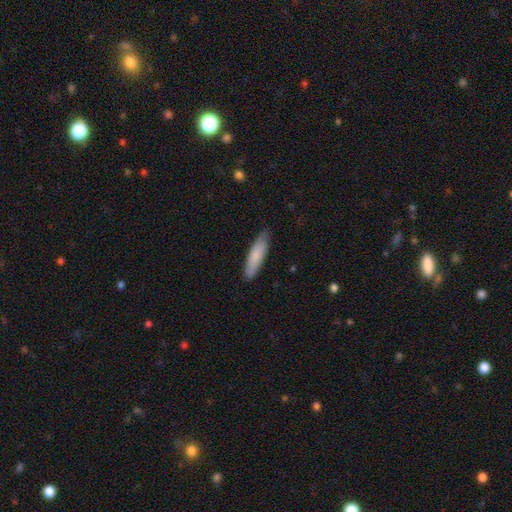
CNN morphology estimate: smooth_or_featured: smooth (p=0.79) [alt: featured or disk p=0.15]
how_rounded: cigar-shaped (p=0.70) [alt: in between p=0.29]
merging: none (p=0.78) [alt: minor disturbance p=0.18]